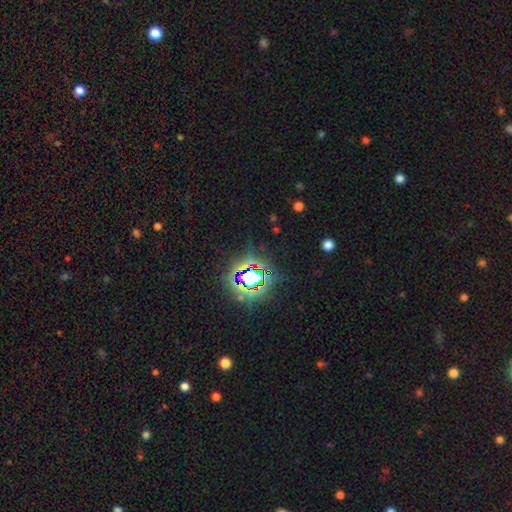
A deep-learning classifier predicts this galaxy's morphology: Smooth or featured? Predicted: star or artifact (p=0.79).